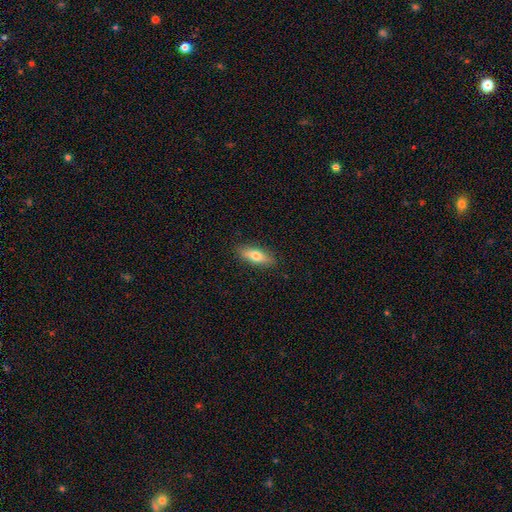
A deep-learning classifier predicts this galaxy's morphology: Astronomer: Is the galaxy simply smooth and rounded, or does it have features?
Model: smooth — 70%.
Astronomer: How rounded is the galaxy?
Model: in between — 61%.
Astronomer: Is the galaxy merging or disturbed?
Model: none — 88%.